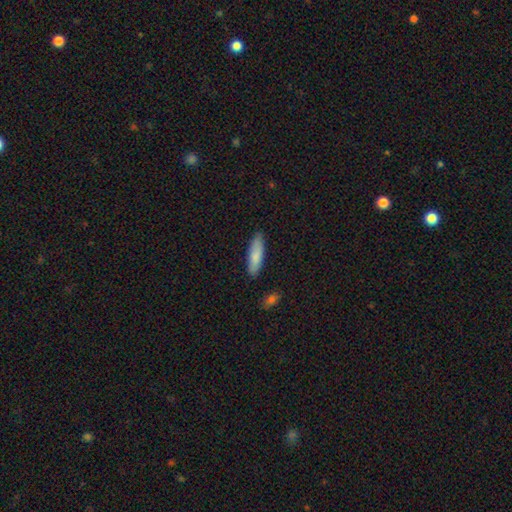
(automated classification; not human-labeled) Morphology: type=smooth (84%); roundness=cigar-shaped (58%); merging=none (87%).